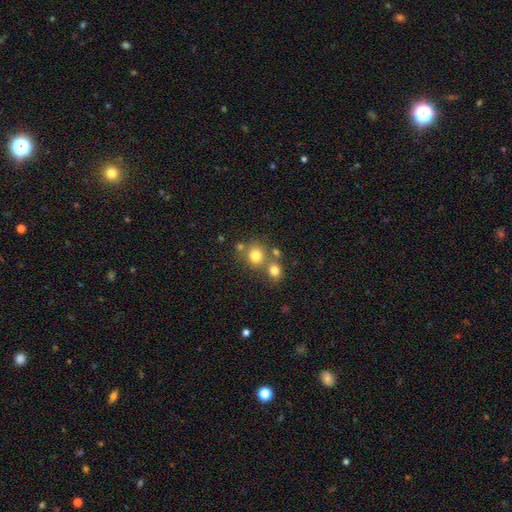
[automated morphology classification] This appears to be a smooth galaxy with no disk features (76%) that is round (84%). Merging: none (58%).